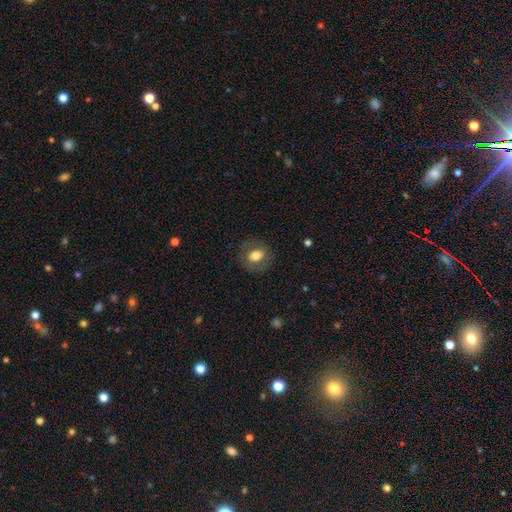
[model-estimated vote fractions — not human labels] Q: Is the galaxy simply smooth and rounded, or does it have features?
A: smooth — 63%.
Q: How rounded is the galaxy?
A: in between — 51%.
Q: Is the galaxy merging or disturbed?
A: none — 80%.